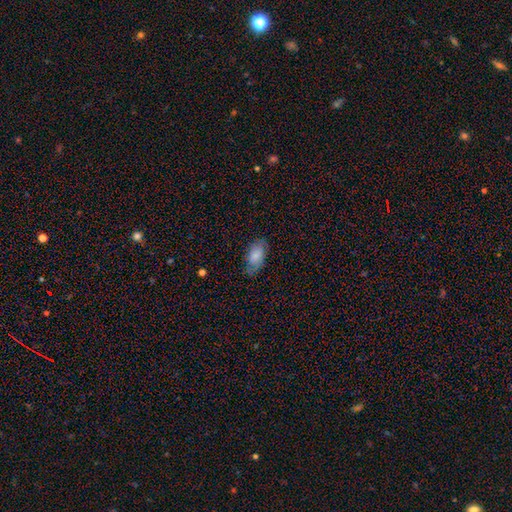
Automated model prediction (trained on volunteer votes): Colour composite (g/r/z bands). It shows a smooth galaxy with no disk features (73%) that is in between round and cigar-shaped (93%). Merging: none (71%).